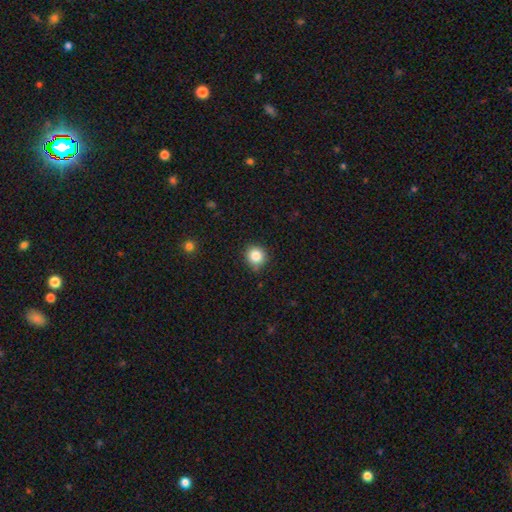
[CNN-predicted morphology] Overall: smooth (85%). How rounded: round (92%). Merging: none (86%).